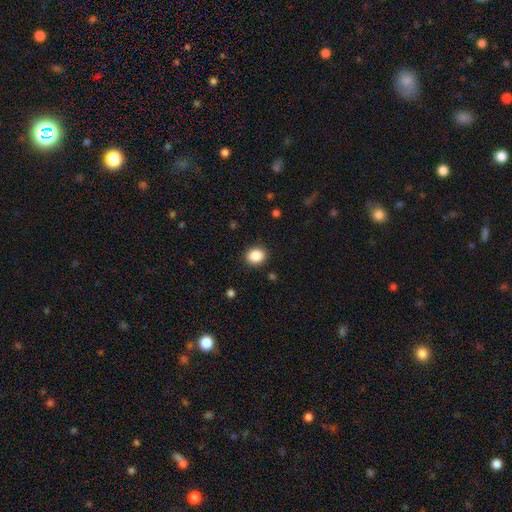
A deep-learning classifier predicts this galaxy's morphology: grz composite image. It shows a smooth galaxy with no disk features (87%) that is round (66%). Merging: none (90%).